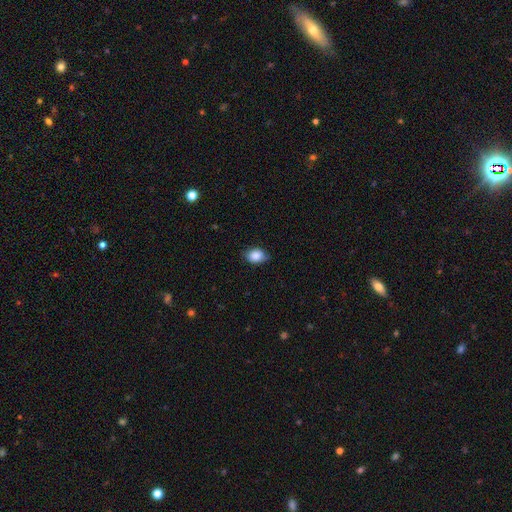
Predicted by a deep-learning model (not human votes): A smooth galaxy with no disk features (86%) that is in between round and cigar-shaped (71%).

Vote fractions:
- Smooth or featured? smooth: 86% / star or artifact: 8% / featured or disk: 6%
- How rounded? in between: 71% / round: 28% / cigar-shaped: 1%
- Merging? none: 76% / minor disturbance: 20% / major disturbance: 3% / merger: 1%